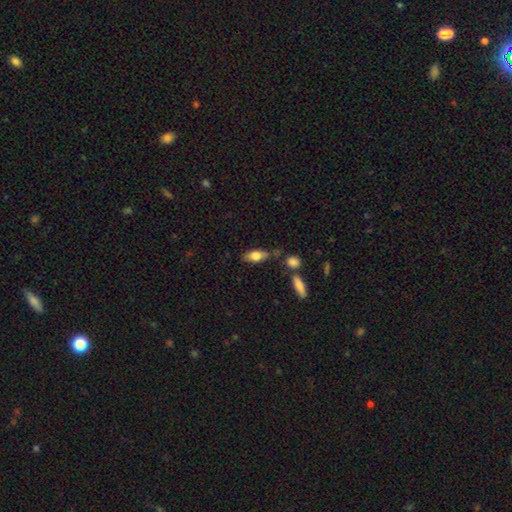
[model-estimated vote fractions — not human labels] This is likely a smooth galaxy (72%). How rounded: likely in between (78%). Merging: likely none (65%).